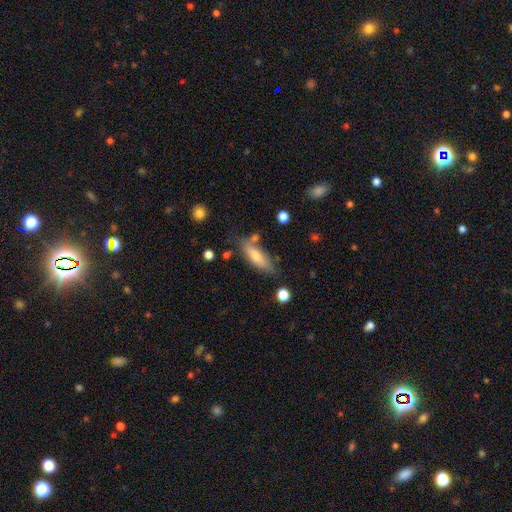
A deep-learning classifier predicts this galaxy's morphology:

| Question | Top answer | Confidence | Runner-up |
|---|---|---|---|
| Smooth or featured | smooth | 64% | featured or disk (29%) |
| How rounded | cigar-shaped | 49% | tied: in between (49%) |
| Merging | none | 71% | minor disturbance (18%) |